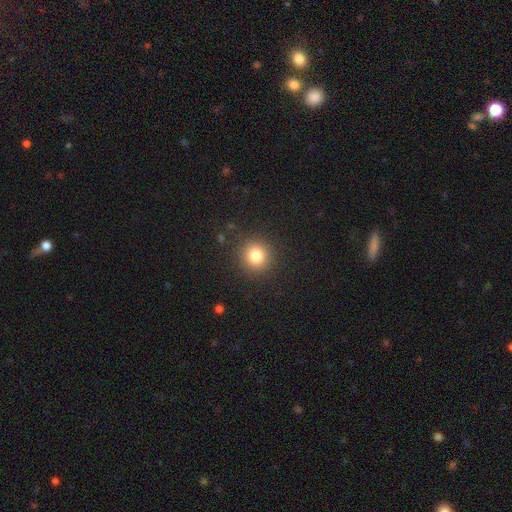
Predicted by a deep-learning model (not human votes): Morphology: type=smooth (81%); roundness=round (93%); merging=none (90%).